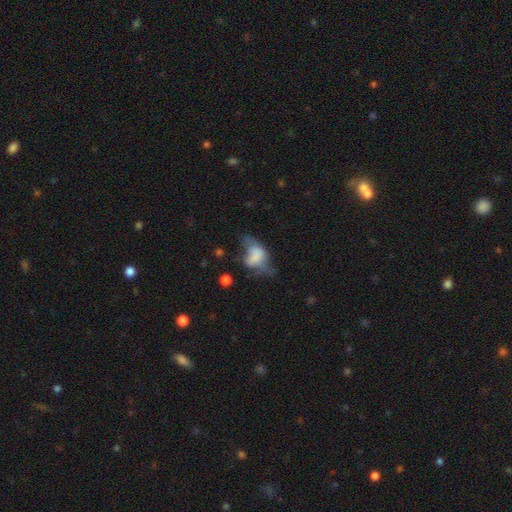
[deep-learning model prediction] This is possibly a smooth galaxy (59%). How rounded: clearly in between (83%). Merging: marginally major disturbance (42%).